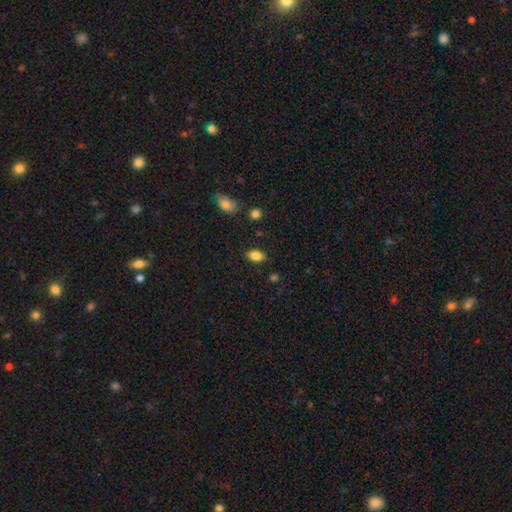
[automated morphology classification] type=smooth (85%); roundness=in between (89%); merging=none (84%).